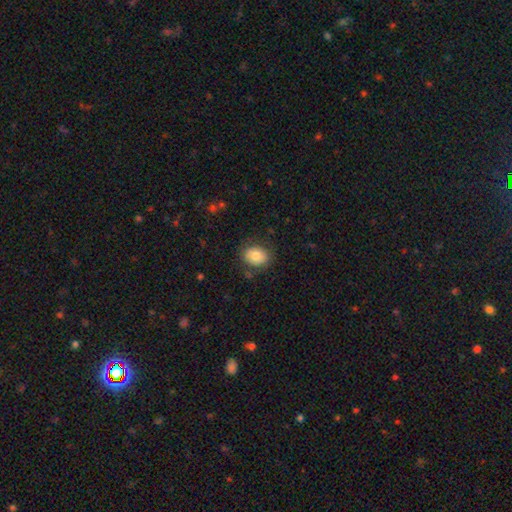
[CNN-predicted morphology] Smooth or featured? smooth (81%)
How rounded? in between (52%)
Merging? none (81%)